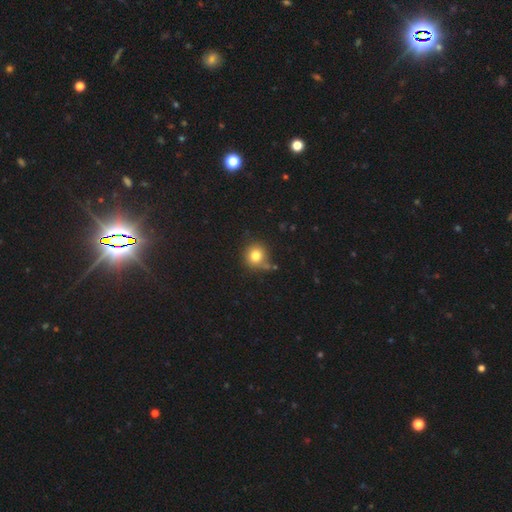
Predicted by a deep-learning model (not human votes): Q: Smooth or featured?
A: smooth (81%); runner-up: star or artifact (12%)
Q: How rounded?
A: round (91%); runner-up: in between (8%)
Q: Merging?
A: none (71%); runner-up: minor disturbance (16%)